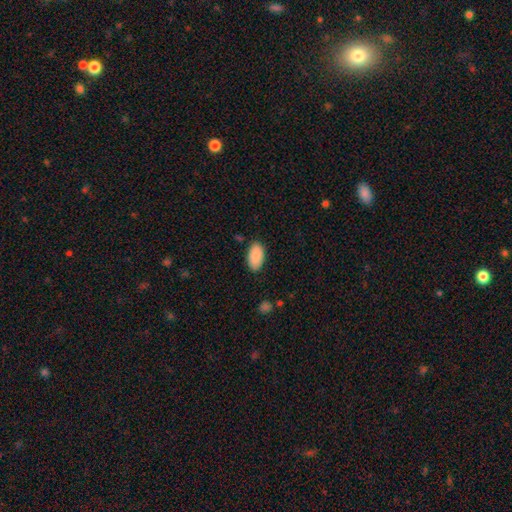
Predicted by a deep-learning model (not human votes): Smooth or featured?
  - smooth: 90% *
  - star or artifact: 6%
  - featured or disk: 3%
How rounded?
  - in between: 95% *
  - cigar-shaped: 3%
  - round: 2%
Merging?
  - none: 84% *
  - minor disturbance: 12%
  - major disturbance: 3%
  - merger: 1%